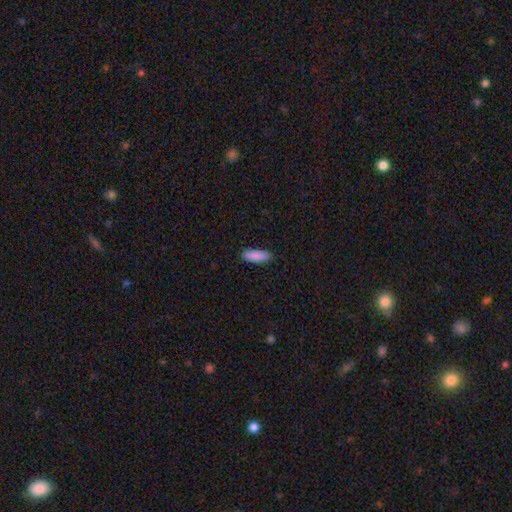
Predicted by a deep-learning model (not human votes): This appears to be a smooth galaxy with no disk features (90%) that is in between round and cigar-shaped (60%). Merging: none (89%).